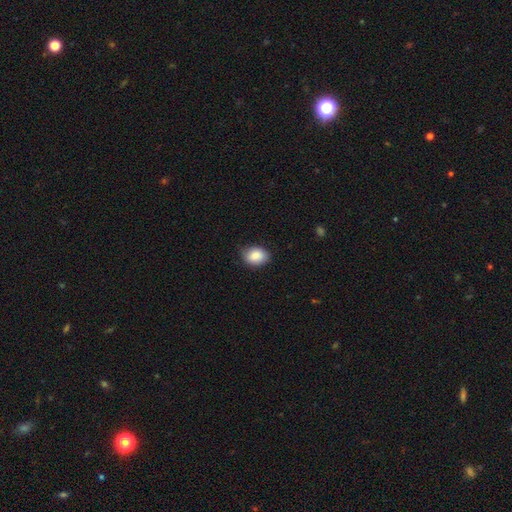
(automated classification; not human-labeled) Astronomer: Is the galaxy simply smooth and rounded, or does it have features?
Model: smooth — 86%.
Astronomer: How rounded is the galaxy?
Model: in between — 71%.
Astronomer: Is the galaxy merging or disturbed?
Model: none — 80%.